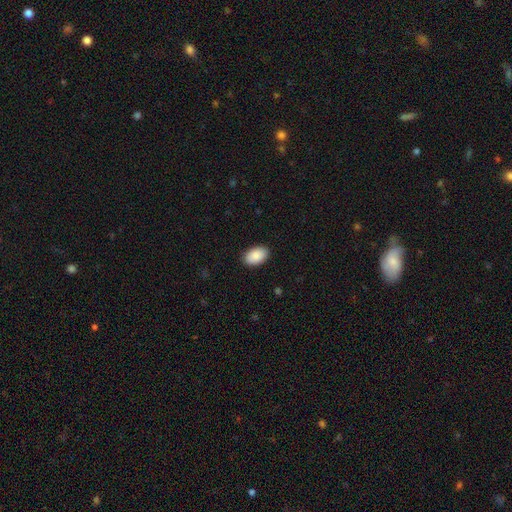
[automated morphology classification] This appears to be a smooth galaxy with no disk features (90%) that is in between round and cigar-shaped (93%). Merging: none (90%).